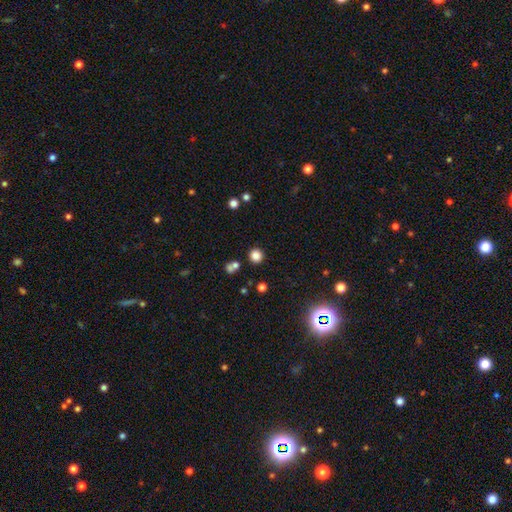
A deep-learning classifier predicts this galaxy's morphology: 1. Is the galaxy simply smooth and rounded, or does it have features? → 81% smooth, 14% star or artifact, 5% featured or disk.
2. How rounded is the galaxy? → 92% round, 7% in between, 1% cigar-shaped.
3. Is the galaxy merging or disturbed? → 83% none, 8% merger, 7% minor disturbance, 3% major disturbance.